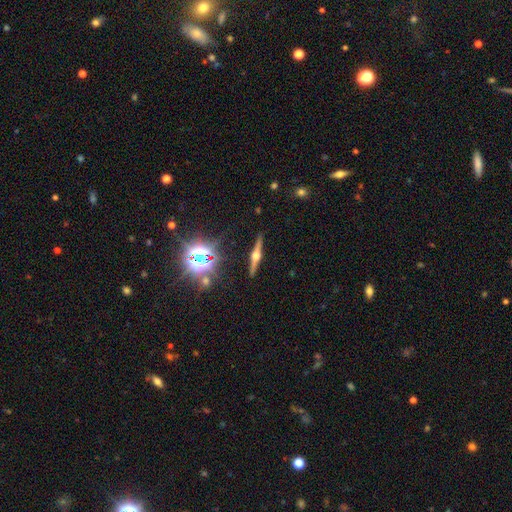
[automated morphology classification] Q: Smooth or featured?
A: featured or disk (78%); runner-up: smooth (12%)
Q: Edge-on disk?
A: yes (98%); runner-up: no (2%)
Q: Edge-on bulge?
A: rounded (94%); runner-up: boxy (5%)
Q: Merging?
A: none (89%); runner-up: minor disturbance (7%)